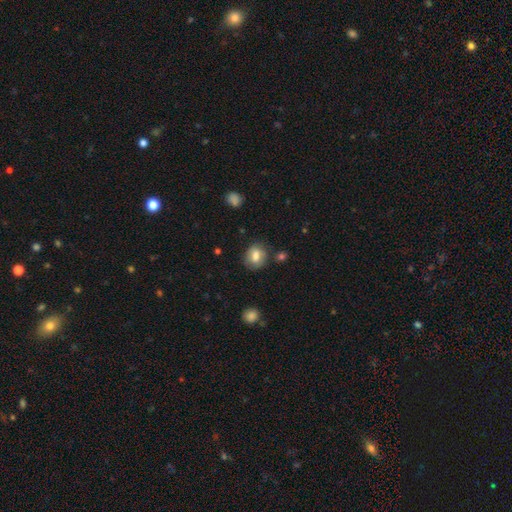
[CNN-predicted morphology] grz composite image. It shows a smooth galaxy with no disk features (74%) that is round (54%). Merging: none (74%).